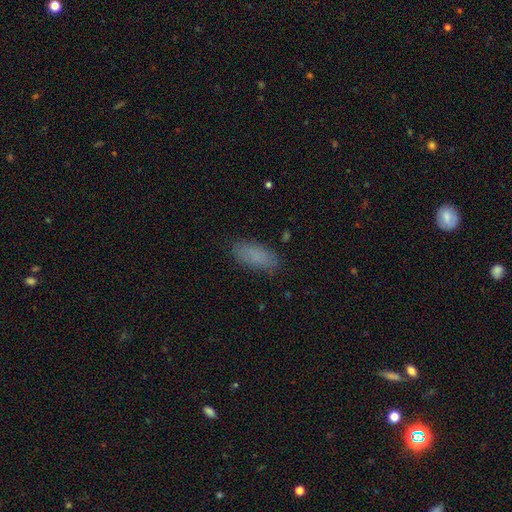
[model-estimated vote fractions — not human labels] smooth-or-featured: smooth: 84% | star or artifact: 9% | featured or disk: 8%
  how-rounded: in between: 82% | cigar-shaped: 16% | round: 2%
  merging: none: 83% | minor disturbance: 12% | major disturbance: 3% | merger: 1%